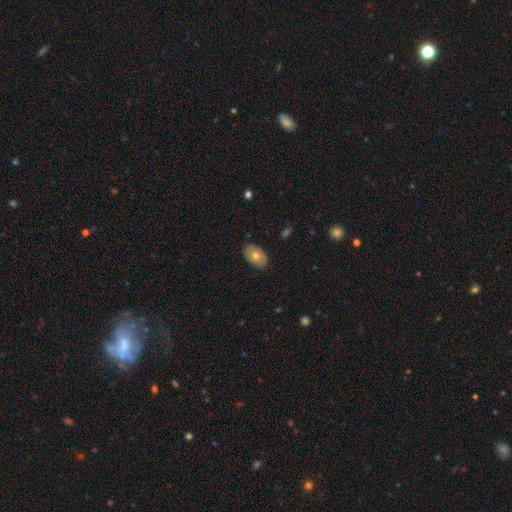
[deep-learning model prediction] A smooth galaxy with no disk features (66%) that is in between round and cigar-shaped (88%). Merging: none (85%).